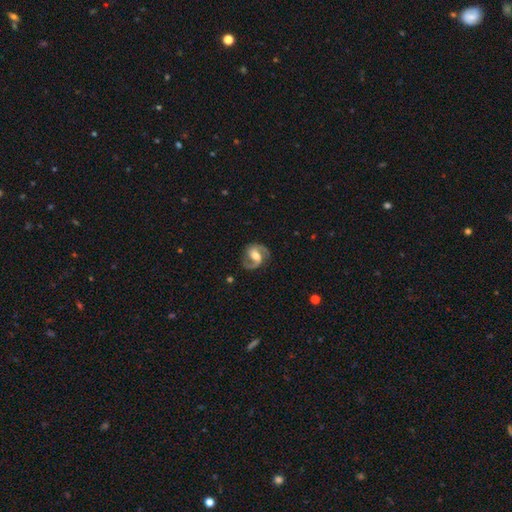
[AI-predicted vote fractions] smooth_or_featured: featured or disk (p=0.88) [alt: smooth p=0.07]
disk_edge_on: no (p=0.98) [alt: yes p=0.02]
bar: weak (p=0.45) [alt: strong p=0.30]
has_spiral_arms: yes (p=0.97) [alt: no p=0.03]
spiral_winding: medium (p=0.58) [alt: loose p=0.23]
spiral_arm_count: 2 (p=0.92) [alt: 1 p=0.03]
bulge_size: moderate (p=0.69) [alt: small p=0.16]
merging: none (p=0.82) [alt: minor disturbance p=0.12]